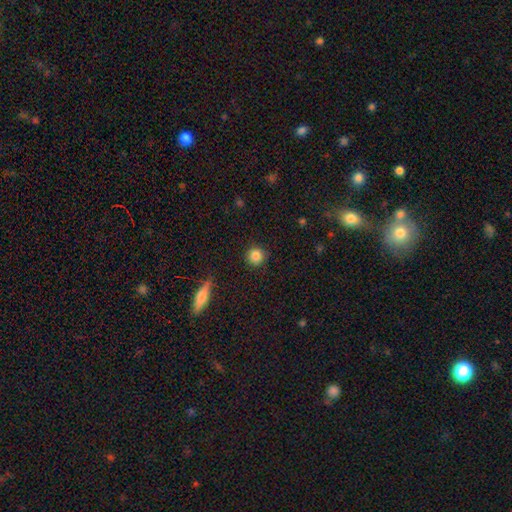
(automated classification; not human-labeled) Q: Smooth or featured?
A: smooth (84%); runner-up: star or artifact (10%)
Q: How rounded?
A: round (93%); runner-up: in between (6%)
Q: Merging?
A: none (90%); runner-up: minor disturbance (7%)